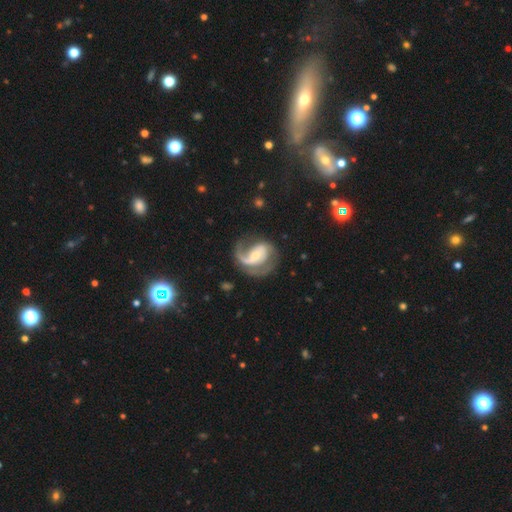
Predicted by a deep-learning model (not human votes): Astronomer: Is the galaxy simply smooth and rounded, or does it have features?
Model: featured or disk — 85%.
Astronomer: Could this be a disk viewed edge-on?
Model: no — 98%.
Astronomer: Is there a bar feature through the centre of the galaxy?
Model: weak — 42% (runner-up: no, 34%).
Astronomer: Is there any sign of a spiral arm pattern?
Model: yes — 95%.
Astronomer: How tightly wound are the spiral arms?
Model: medium — 47% (runner-up: loose, 34%).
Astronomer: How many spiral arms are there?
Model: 2 — 53% (runner-up: 1, 38%).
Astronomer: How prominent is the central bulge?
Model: small — 48% (runner-up: moderate, 38%).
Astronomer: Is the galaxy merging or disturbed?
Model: none — 55%.